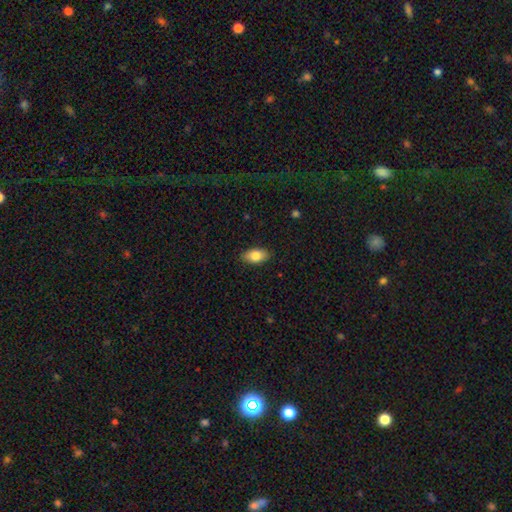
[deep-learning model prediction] smooth-or-featured: smooth: 82% | featured or disk: 12% | star or artifact: 7%
  how-rounded: in between: 92% | round: 4% | cigar-shaped: 3%
  merging: none: 88% | minor disturbance: 9% | major disturbance: 2% | merger: 1%